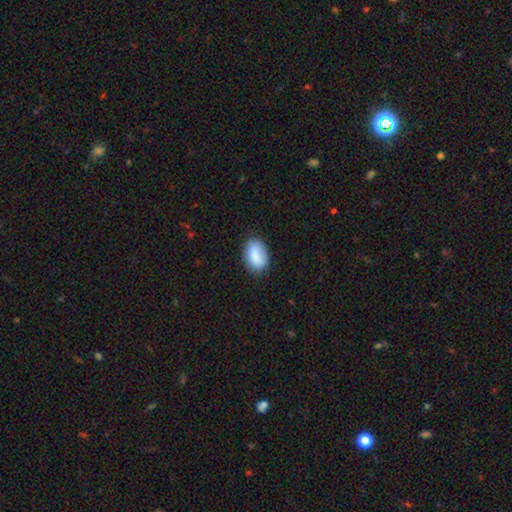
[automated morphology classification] Q: Smooth or featured?
A: smooth (86%); runner-up: featured or disk (7%)
Q: How rounded?
A: in between (87%); runner-up: round (12%)
Q: Merging?
A: none (78%); runner-up: minor disturbance (17%)